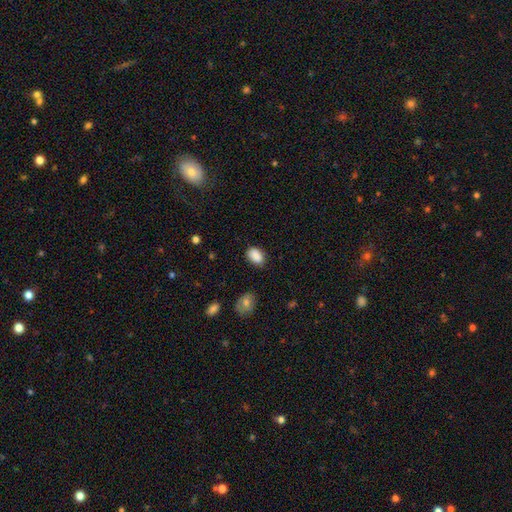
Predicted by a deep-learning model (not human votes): smooth_or_featured: smooth (p=0.88) [alt: star or artifact p=0.08]
how_rounded: in between (p=0.86) [alt: round p=0.12]
merging: none (p=0.75) [alt: minor disturbance p=0.19]